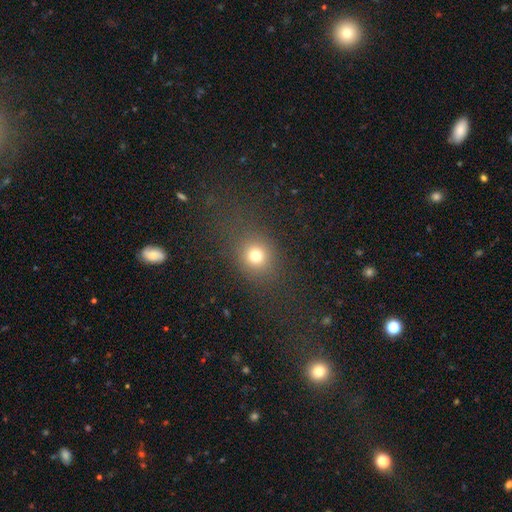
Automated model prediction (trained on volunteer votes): This is likely a smooth galaxy (76%). How rounded: likely round (71%). Merging: likely none (72%).